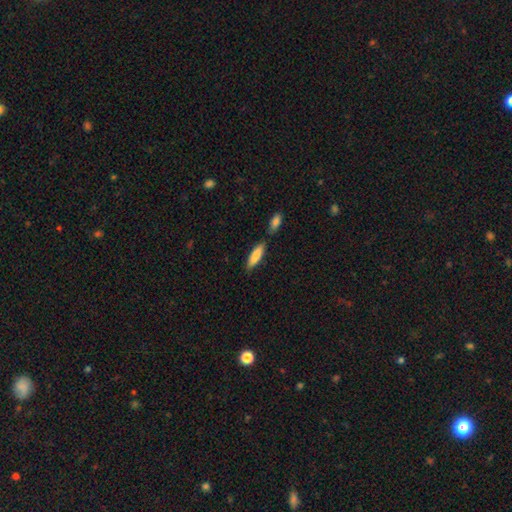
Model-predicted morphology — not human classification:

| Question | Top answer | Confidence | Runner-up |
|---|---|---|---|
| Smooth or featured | smooth | 83% | featured or disk (11%) |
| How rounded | cigar-shaped | 58% | in between (41%) |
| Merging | none | 69% | merger (15%) |